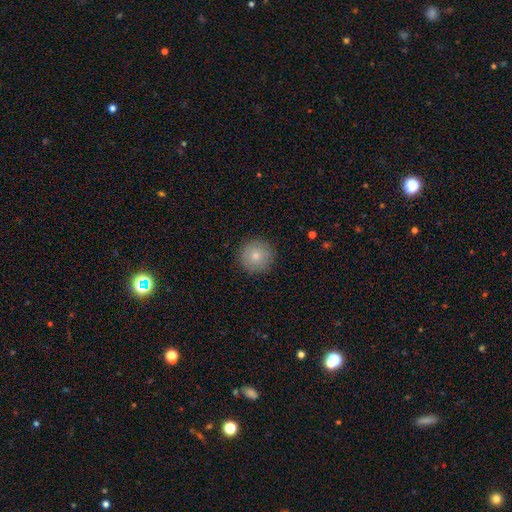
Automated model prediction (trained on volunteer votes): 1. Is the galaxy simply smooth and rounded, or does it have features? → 80% smooth, 12% featured or disk, 8% star or artifact.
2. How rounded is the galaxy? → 96% round, 3% in between, 1% cigar-shaped.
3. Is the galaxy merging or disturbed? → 90% none, 7% minor disturbance, 2% major disturbance, 1% merger.